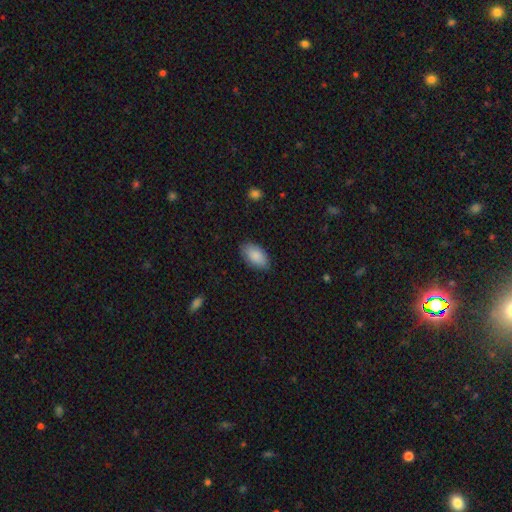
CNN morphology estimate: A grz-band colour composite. It shows a smooth galaxy with no disk features (88%) that is in between round and cigar-shaped (95%). Merging: none (84%).